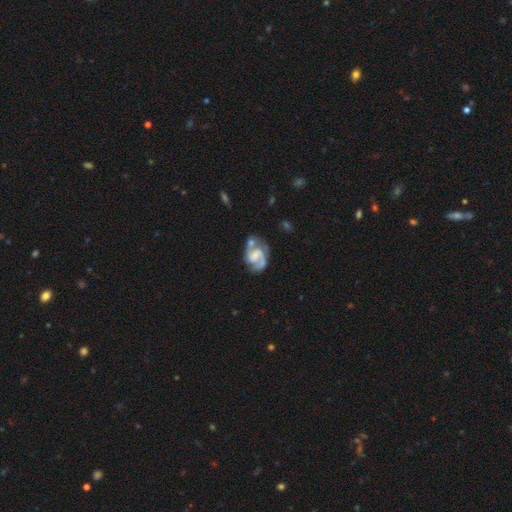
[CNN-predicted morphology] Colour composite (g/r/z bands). It shows a featured or disk galaxy (80%) with no bar (44%), 2 (77%) medium (51%) spiral arms (94%) and no central bulge (32%). Merging: none (42%).